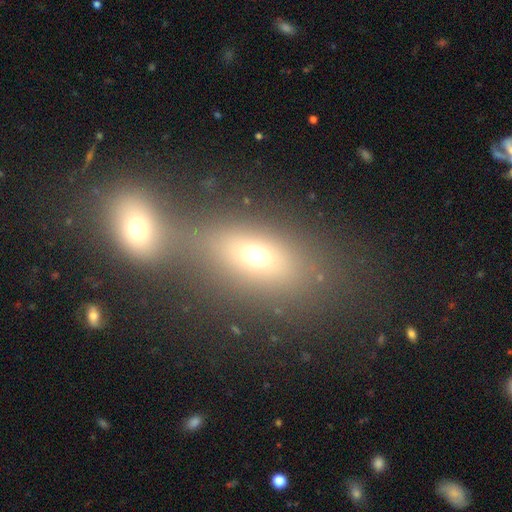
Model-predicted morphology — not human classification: This appears to be a smooth galaxy with no disk features (64%) that is in between round and cigar-shaped (74%). Merging: merger (50%).